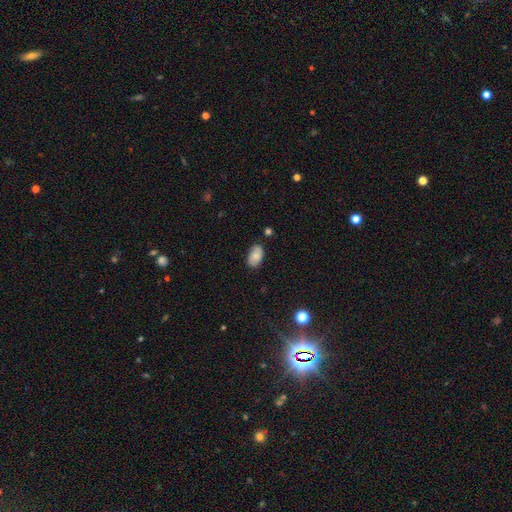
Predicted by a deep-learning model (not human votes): smooth 78%, featured or disk 15%, star or artifact 8%. Down the decision tree: how rounded — in between (93%); merging — none (78%).